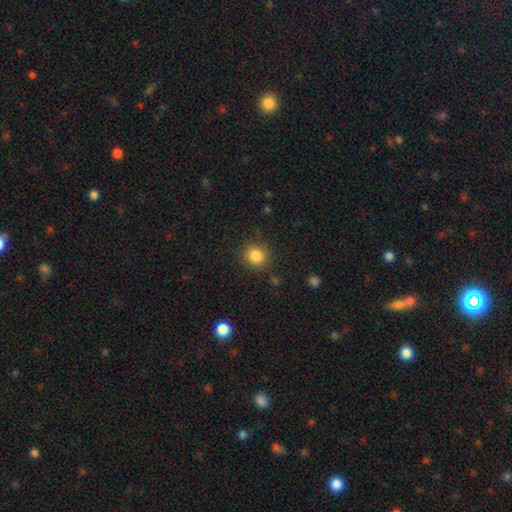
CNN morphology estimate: Smooth or featured?
  - smooth: 84% *
  - star or artifact: 11%
  - featured or disk: 5%
How rounded?
  - round: 89% *
  - in between: 10%
  - cigar-shaped: 1%
Merging?
  - none: 86% *
  - minor disturbance: 9%
  - major disturbance: 3%
  - merger: 2%